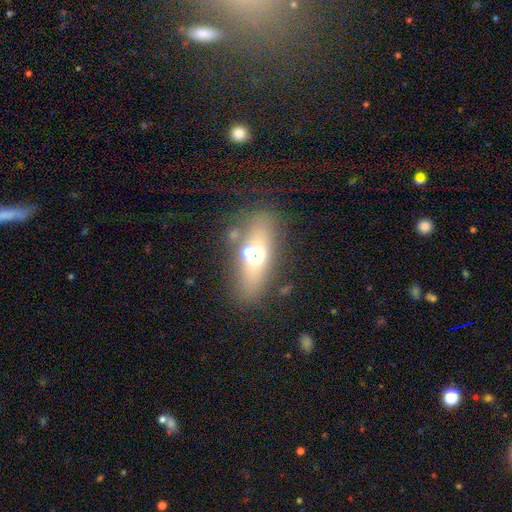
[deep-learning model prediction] This appears to be a smooth galaxy with no disk features (50%) that is in between round and cigar-shaped (67%). Merging: none (64%).